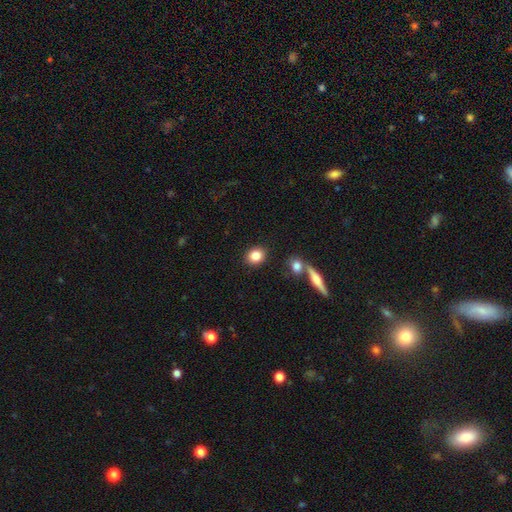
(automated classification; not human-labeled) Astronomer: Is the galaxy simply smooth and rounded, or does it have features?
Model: smooth — 83%.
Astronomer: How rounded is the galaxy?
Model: round — 67%.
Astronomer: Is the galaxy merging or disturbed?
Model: none — 86%.